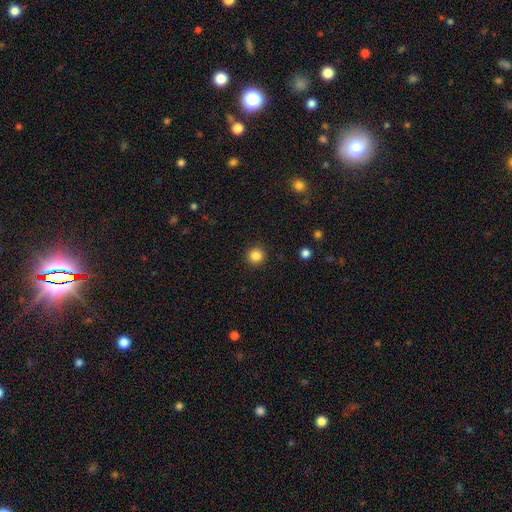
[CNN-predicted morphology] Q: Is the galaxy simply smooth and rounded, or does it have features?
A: smooth — 85%.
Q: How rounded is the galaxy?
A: round — 95%.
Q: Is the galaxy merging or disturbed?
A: none — 92%.